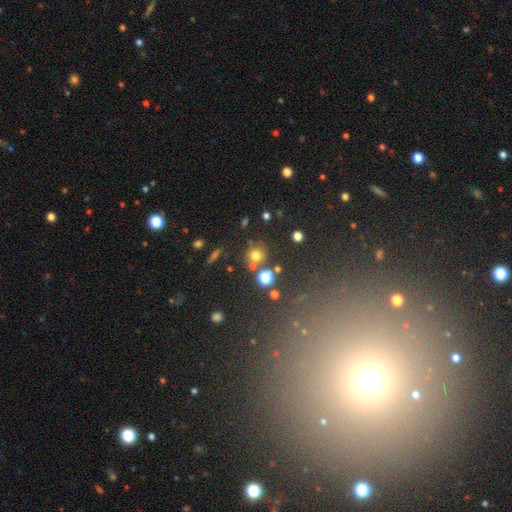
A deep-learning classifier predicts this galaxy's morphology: Smooth or featured?
  - smooth: 72% *
  - star or artifact: 19%
  - featured or disk: 9%
How rounded?
  - round: 91% *
  - in between: 8%
  - cigar-shaped: 1%
Merging?
  - none: 71% *
  - merger: 16%
  - minor disturbance: 9%
  - major disturbance: 4%